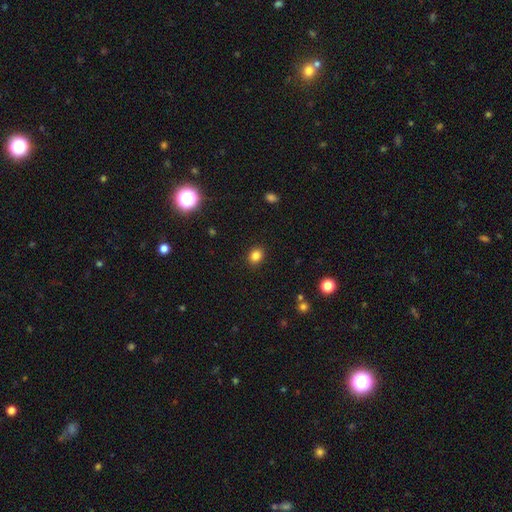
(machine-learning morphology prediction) smooth_or_featured: smooth (p=0.84) [alt: star or artifact p=0.11]
how_rounded: round (p=0.56) [alt: in between p=0.43]
merging: none (p=0.90) [alt: minor disturbance p=0.07]